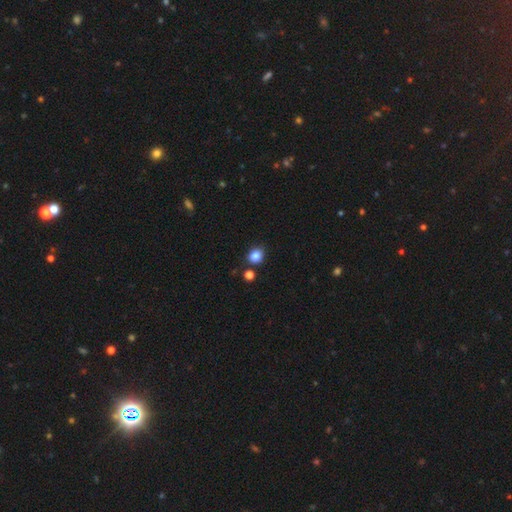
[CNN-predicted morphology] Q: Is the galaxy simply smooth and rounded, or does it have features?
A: smooth — 83%.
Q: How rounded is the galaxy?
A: round — 74%.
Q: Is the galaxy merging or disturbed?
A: none — 83%.